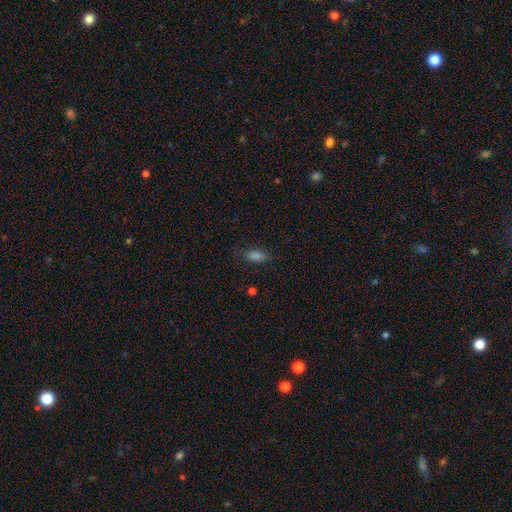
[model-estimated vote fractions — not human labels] Smooth or featured? smooth (78%)
How rounded? in between (80%)
Merging? none (79%)